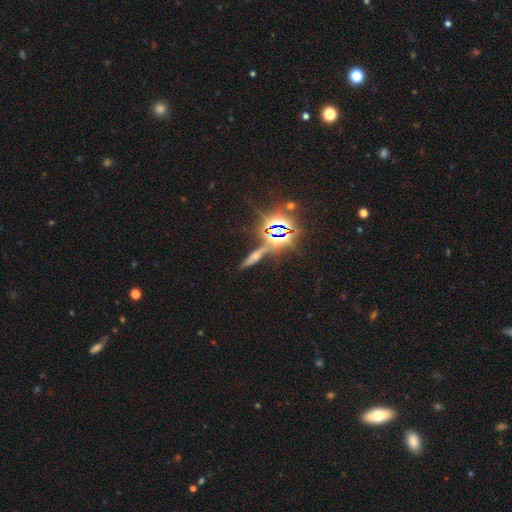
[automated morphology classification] star or artifact 50%, featured or disk 29%, smooth 21%.